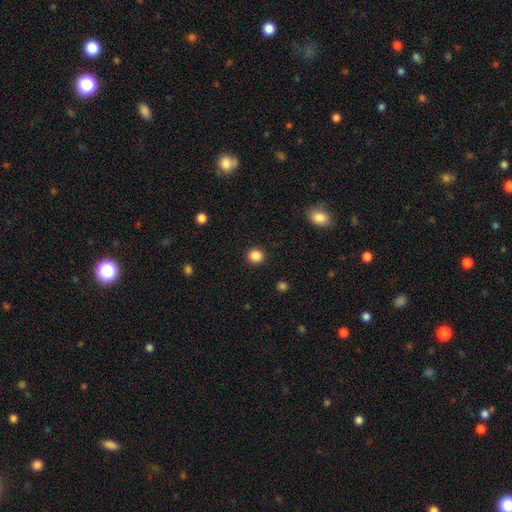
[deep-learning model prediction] This appears to be a smooth galaxy with no disk features (86%) that is round (91%). Merging: none (92%).